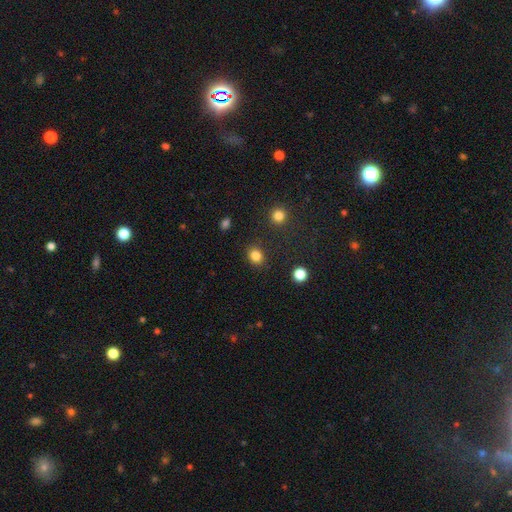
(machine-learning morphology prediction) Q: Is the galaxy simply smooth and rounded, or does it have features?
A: smooth — 84%.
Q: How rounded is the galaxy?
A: round — 58%.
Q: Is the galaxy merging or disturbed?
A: none — 86%.